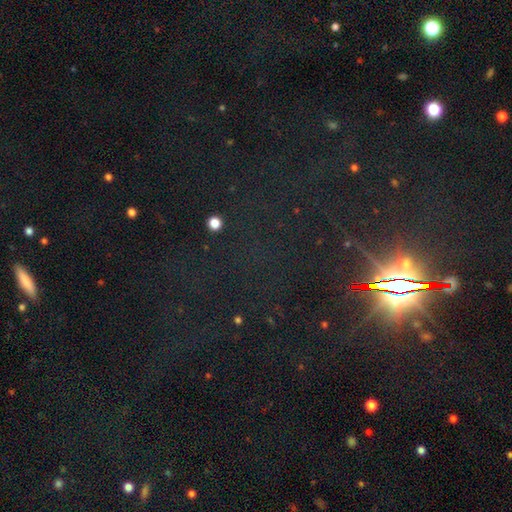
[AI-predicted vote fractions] Q: Smooth or featured?
A: star or artifact (81%); runner-up: smooth (10%)